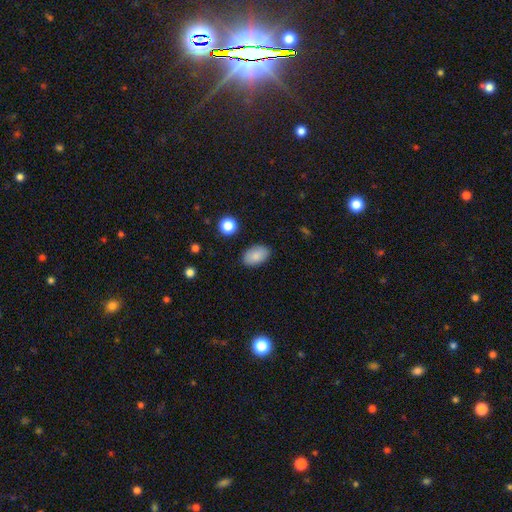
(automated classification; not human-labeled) Morphology: type=smooth (85%); roundness=in between (91%); merging=none (85%).